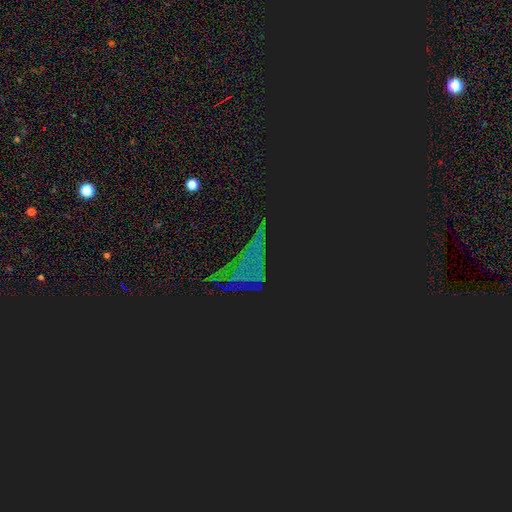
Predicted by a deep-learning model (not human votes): Q: Smooth or featured?
A: star or artifact (71%); runner-up: smooth (15%)